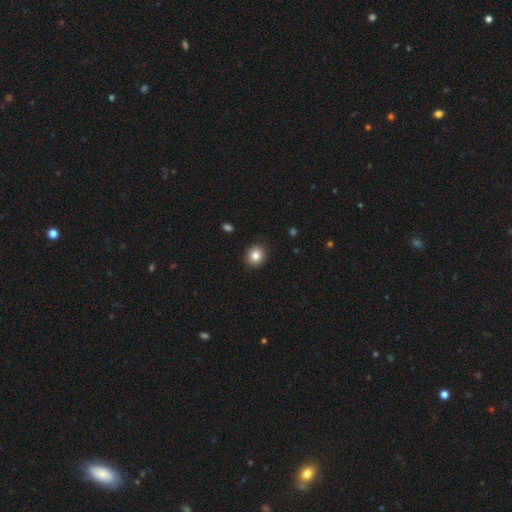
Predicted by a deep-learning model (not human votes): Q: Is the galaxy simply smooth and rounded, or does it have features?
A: smooth — 83%.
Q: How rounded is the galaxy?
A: round — 79%.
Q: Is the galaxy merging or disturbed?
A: none — 92%.